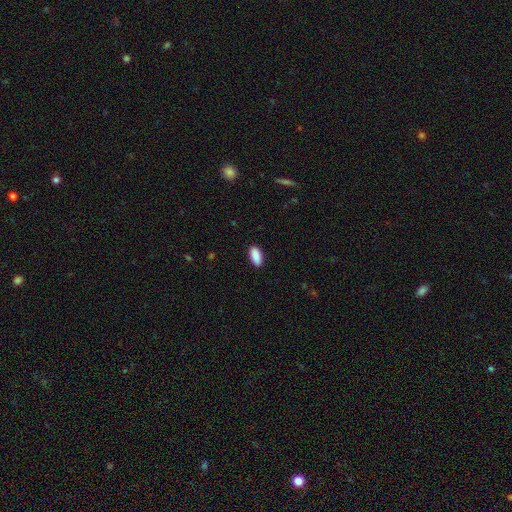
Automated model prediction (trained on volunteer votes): Smooth or featured? smooth (90%)
How rounded? in between (90%)
Merging? none (88%)